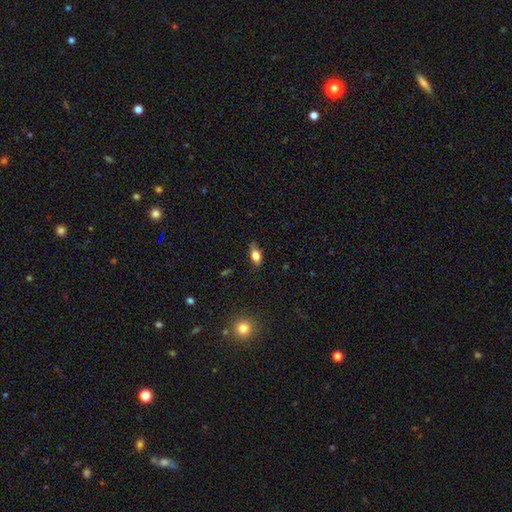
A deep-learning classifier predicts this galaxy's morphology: Smooth or featured? smooth (74%)
How rounded? in between (83%)
Merging? none (76%)